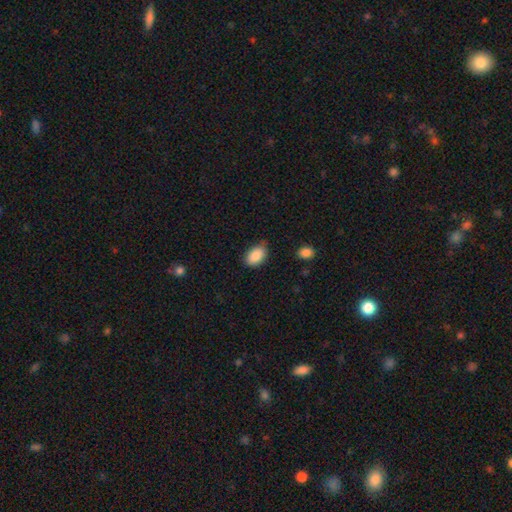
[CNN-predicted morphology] smooth-or-featured: smooth: 88% | star or artifact: 7% | featured or disk: 5%
  how-rounded: in between: 91% | round: 8% | cigar-shaped: 1%
  merging: none: 73% | minor disturbance: 22% | major disturbance: 3% | merger: 2%